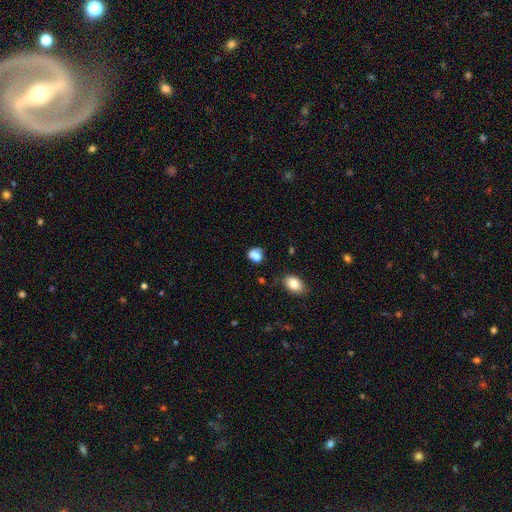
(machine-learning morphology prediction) smooth_or_featured: smooth (p=0.78) [alt: featured or disk p=0.11]
how_rounded: in between (p=0.56) [alt: round p=0.43]
merging: none (p=0.51) [alt: minor disturbance p=0.27]